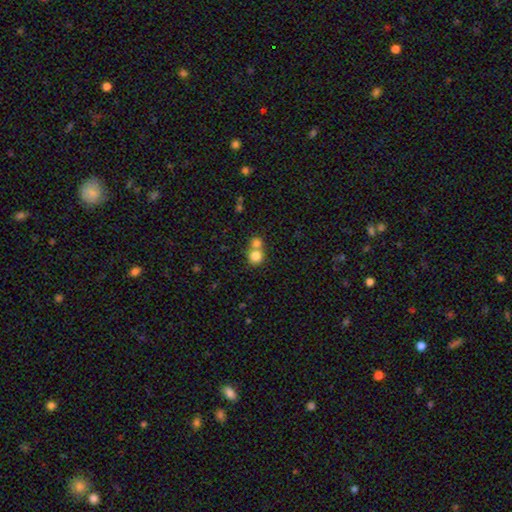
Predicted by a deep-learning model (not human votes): Morphology: type=smooth (81%); roundness=round (87%); merging=merger (48%).